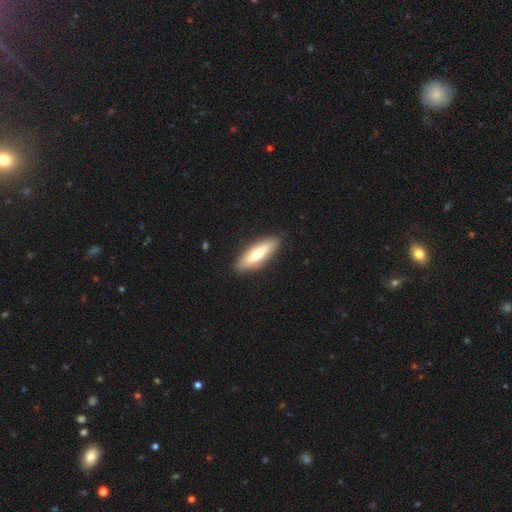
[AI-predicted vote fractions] This is likely a smooth galaxy (63%). How rounded: possibly cigar-shaped (49%, tied with in between). Merging: clearly none (88%).